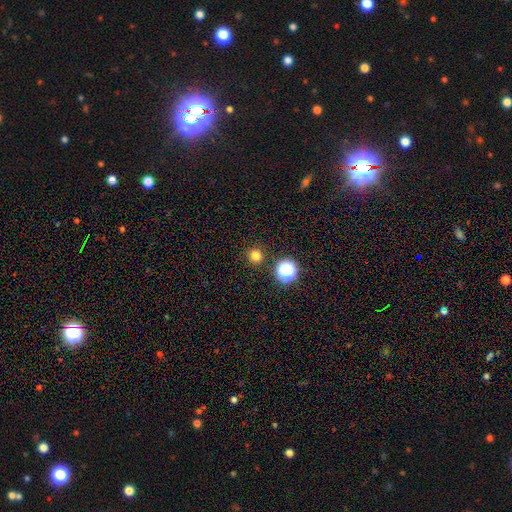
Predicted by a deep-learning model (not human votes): Overall: smooth (78%). How rounded: round (95%). Merging: none (91%).